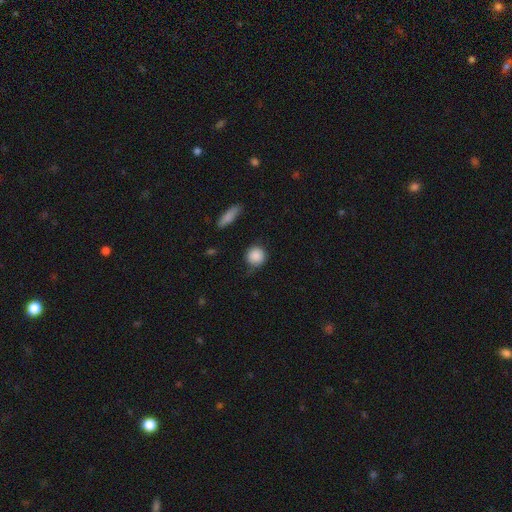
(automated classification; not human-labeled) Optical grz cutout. It shows a smooth galaxy with no disk features (88%) that is round (91%). Merging: none (74%).